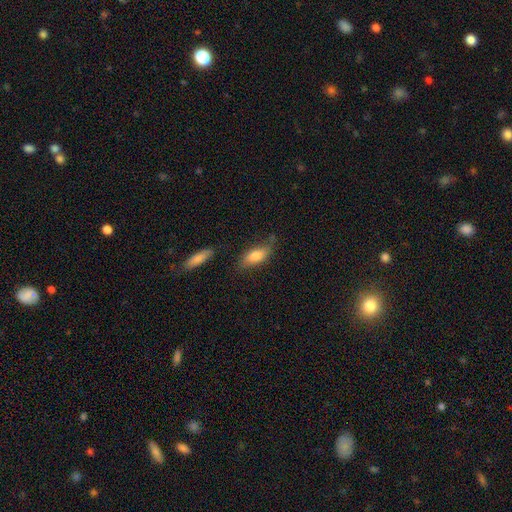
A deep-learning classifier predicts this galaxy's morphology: Smooth or featured: smooth — 76% (featured or disk — 17%)
How rounded: in between — 76% (cigar-shaped — 21%)
Merging: none — 67% (minor disturbance — 22%)